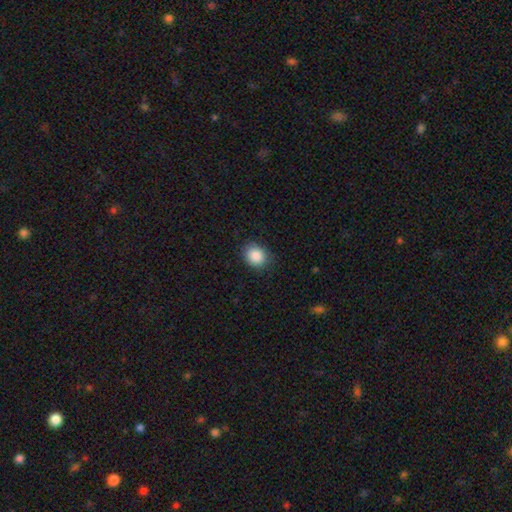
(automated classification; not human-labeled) This is clearly a smooth galaxy (88%). How rounded: likely round (64%). Merging: clearly none (83%).